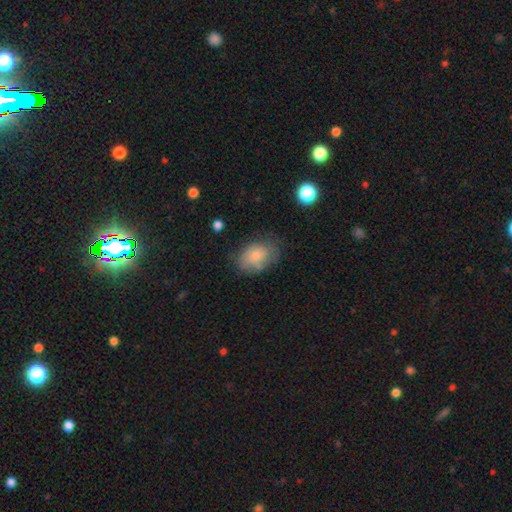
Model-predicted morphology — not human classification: Smooth or featured?
  - smooth: 79% *
  - featured or disk: 14%
  - star or artifact: 8%
How rounded?
  - in between: 83% *
  - round: 16%
  - cigar-shaped: 1%
Merging?
  - none: 66% *
  - minor disturbance: 23%
  - major disturbance: 8%
  - merger: 3%